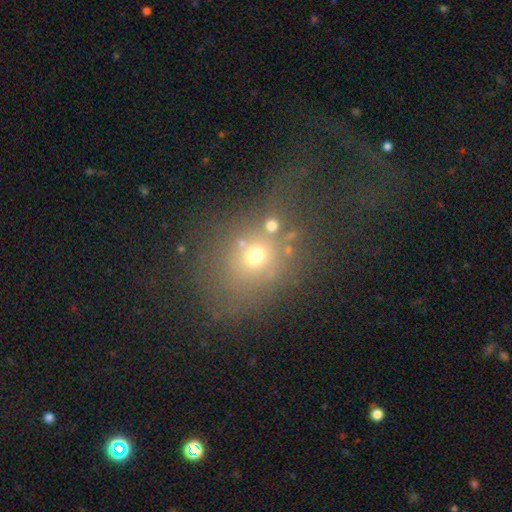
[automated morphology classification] A smooth galaxy with no disk features (60%) that is round (67%).

Vote fractions:
- Smooth or featured? smooth: 60% / star or artifact: 22% / featured or disk: 18%
- How rounded? round: 67% / in between: 32% / cigar-shaped: 1%
- Merging? none: 51% / merger: 17% / minor disturbance: 16% / major disturbance: 15%